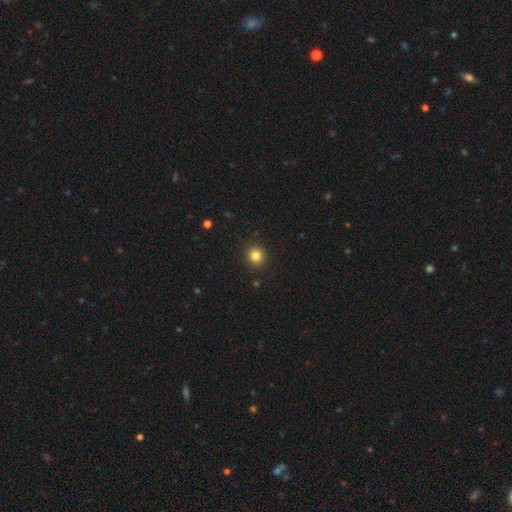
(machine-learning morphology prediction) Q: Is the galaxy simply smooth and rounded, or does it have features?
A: smooth — 83%.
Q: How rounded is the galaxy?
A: round — 90%.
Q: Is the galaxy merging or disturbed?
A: none — 91%.